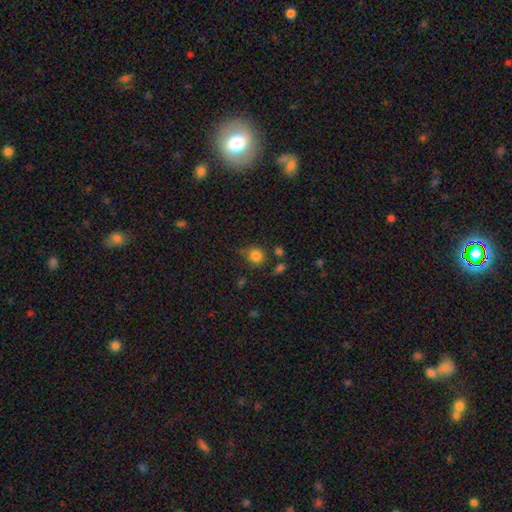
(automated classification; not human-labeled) Smooth or featured? smooth (82%)
How rounded? round (87%)
Merging? none (74%)